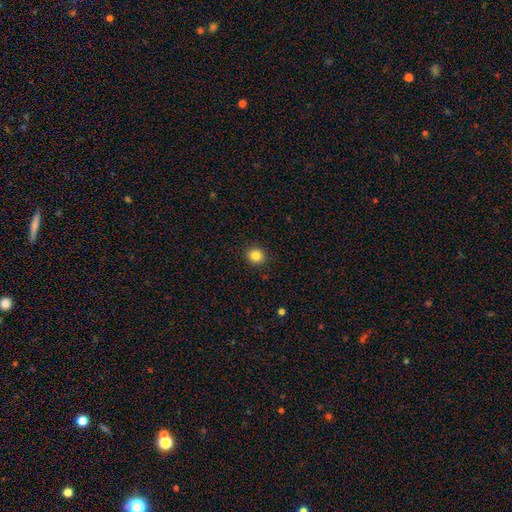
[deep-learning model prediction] This is clearly a smooth galaxy (84%). How rounded: clearly round (86%). Merging: clearly none (92%).